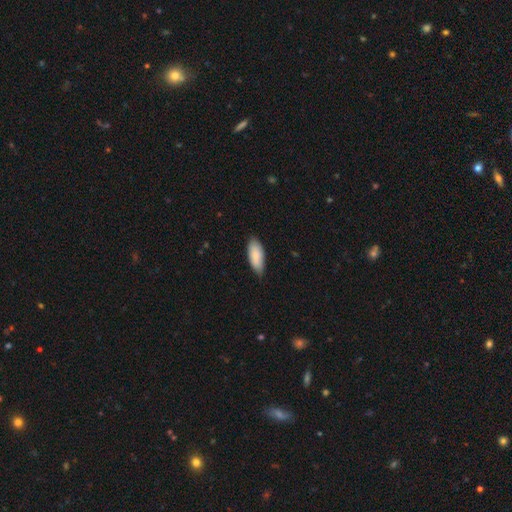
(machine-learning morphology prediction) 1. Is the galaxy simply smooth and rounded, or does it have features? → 84% smooth, 11% featured or disk, 5% star or artifact.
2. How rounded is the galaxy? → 86% in between, 13% cigar-shaped, 2% round.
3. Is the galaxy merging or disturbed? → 77% none, 20% minor disturbance, 2% major disturbance, 1% merger.